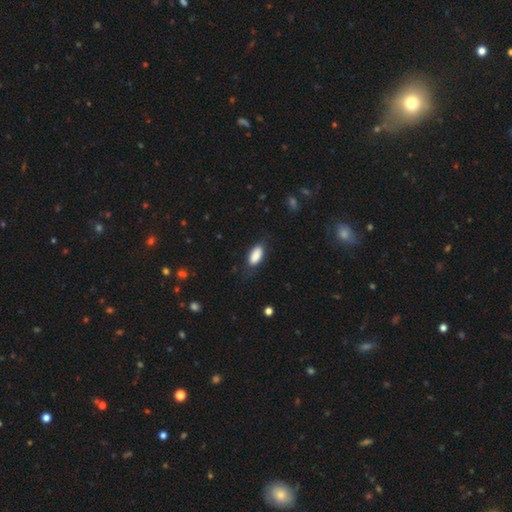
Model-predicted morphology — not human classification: A smooth galaxy with no disk features (87%) that is in between round and cigar-shaped (86%).

Vote fractions:
- Smooth or featured? smooth: 87% / star or artifact: 6% / featured or disk: 6%
- How rounded? in between: 86% / cigar-shaped: 12% / round: 2%
- Merging? none: 75% / minor disturbance: 19% / major disturbance: 6% / merger: 1%